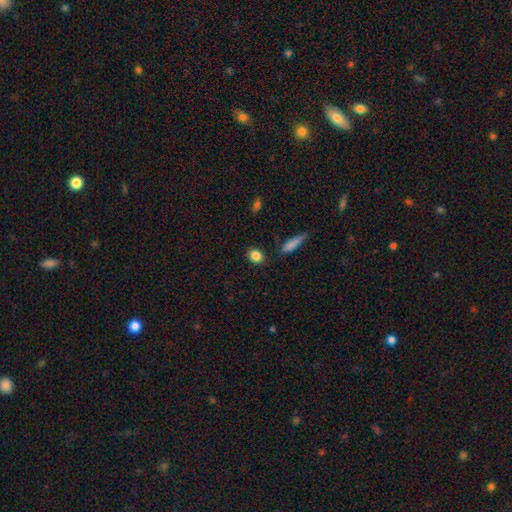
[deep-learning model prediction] smooth_or_featured: smooth (p=0.85) [alt: star or artifact p=0.09]
how_rounded: round (p=0.55) [alt: in between p=0.41]
merging: none (p=0.86) [alt: minor disturbance p=0.09]